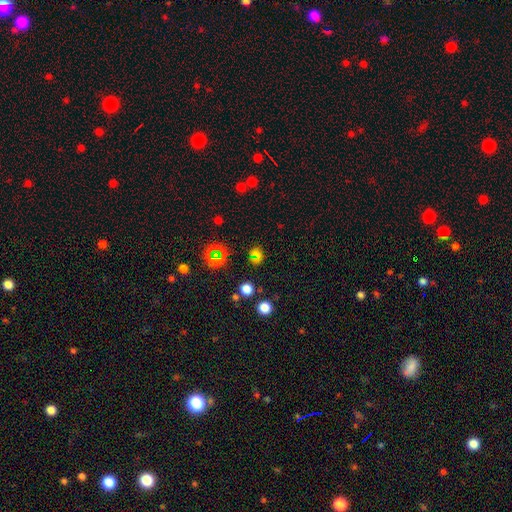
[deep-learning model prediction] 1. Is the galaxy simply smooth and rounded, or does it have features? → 46% smooth, 45% star or artifact, 9% featured or disk.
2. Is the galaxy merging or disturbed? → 74% none, 13% minor disturbance, 7% major disturbance, 7% merger.